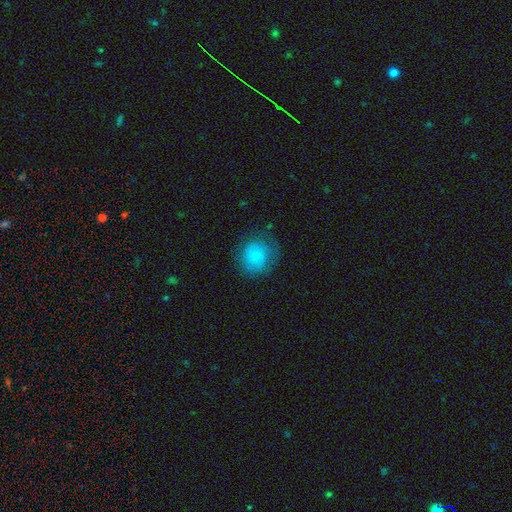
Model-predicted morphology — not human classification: smooth 72%, featured or disk 20%, star or artifact 8%. Down the decision tree: how rounded — round (85%); merging — none (71%).